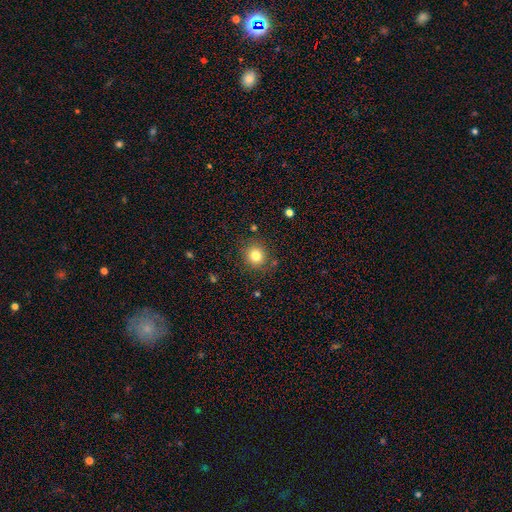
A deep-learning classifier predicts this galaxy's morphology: Q: Smooth or featured?
A: smooth (81%); runner-up: star or artifact (12%)
Q: How rounded?
A: round (87%); runner-up: in between (12%)
Q: Merging?
A: none (85%); runner-up: minor disturbance (10%)